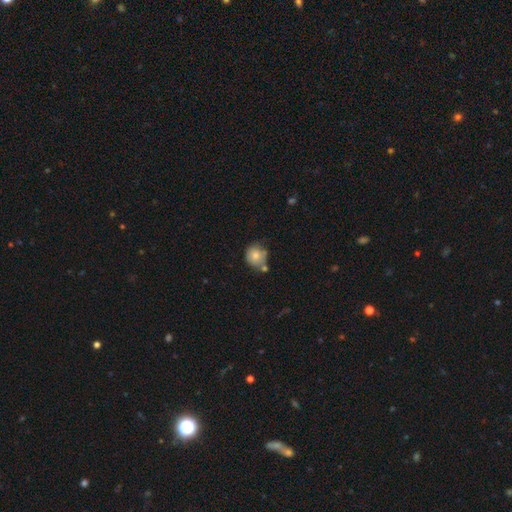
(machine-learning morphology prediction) type=smooth (78%); roundness=round (75%); merging=none (52%).